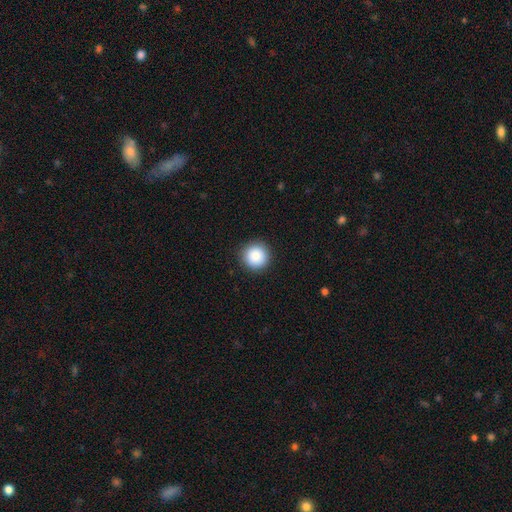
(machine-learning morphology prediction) Smooth or featured? smooth (87%)
How rounded? round (96%)
Merging? none (92%)